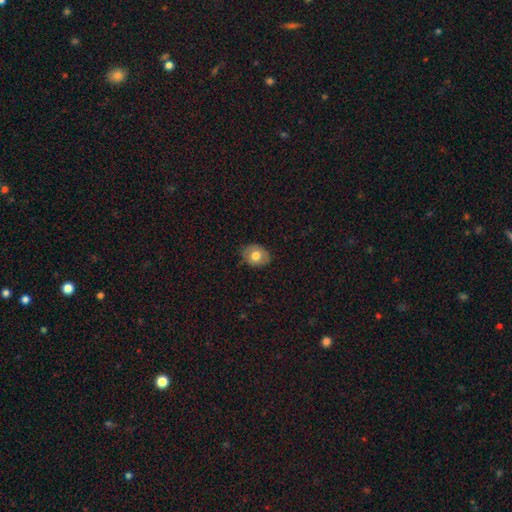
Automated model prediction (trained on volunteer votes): smooth-or-featured: smooth: 68% | featured or disk: 24% | star or artifact: 8%
  how-rounded: in between: 52% | round: 47% | cigar-shaped: 1%
  merging: none: 78% | minor disturbance: 17% | major disturbance: 3% | merger: 1%